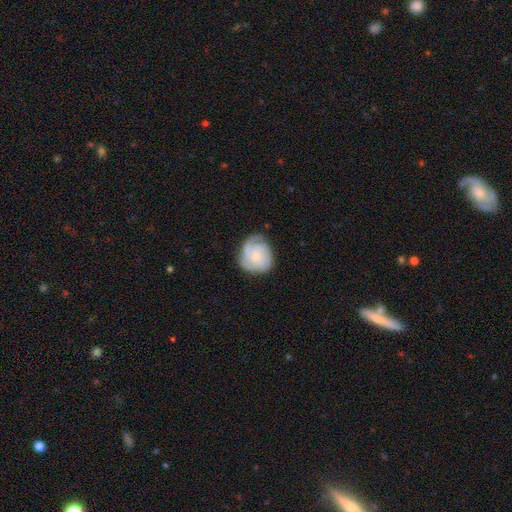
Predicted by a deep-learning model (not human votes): smooth-or-featured: featured or disk: 69% | smooth: 25% | star or artifact: 6%
  disk-edge-on: no: 98% | yes: 2%
    bar: no: 77% | weak: 20% | strong: 3%
    has-spiral-arms: yes: 94% | no: 6%
      spiral-winding: tight: 60% | medium: 31% | loose: 8%
      spiral-arm-count: 3: 38% | can't tell: 25% | 2: 18% | 4: 8% | 1: 6% | more than 4: 5%
    bulge-size: small: 63% | moderate: 24% | none: 9% | large: 2% | dominant: 1%
  merging: none: 65% | minor disturbance: 25% | major disturbance: 9% | merger: 1%